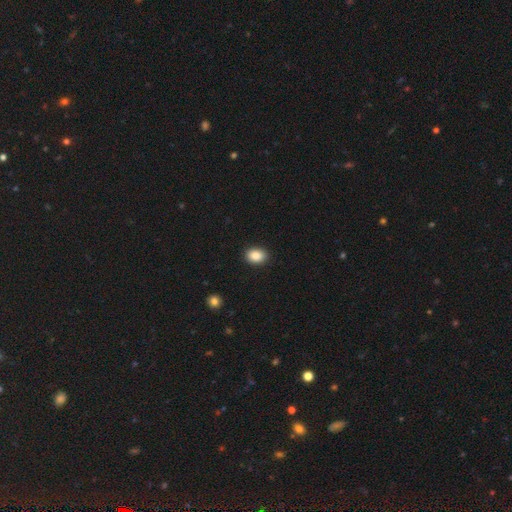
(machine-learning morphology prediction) A smooth galaxy with no disk features (88%) that is in between round and cigar-shaped (74%).

Vote fractions:
- Smooth or featured? smooth: 88% / star or artifact: 8% / featured or disk: 4%
- How rounded? in between: 74% / round: 25% / cigar-shaped: 1%
- Merging? none: 90% / minor disturbance: 7% / major disturbance: 2% / merger: 1%